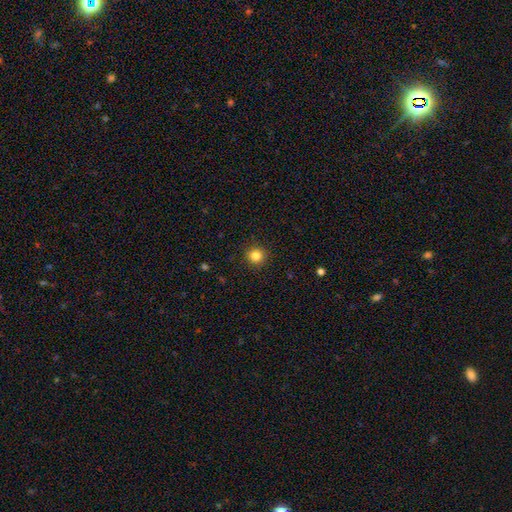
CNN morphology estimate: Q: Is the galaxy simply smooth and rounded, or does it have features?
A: smooth — 83%.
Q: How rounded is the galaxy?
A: round — 93%.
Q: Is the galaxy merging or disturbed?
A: none — 92%.